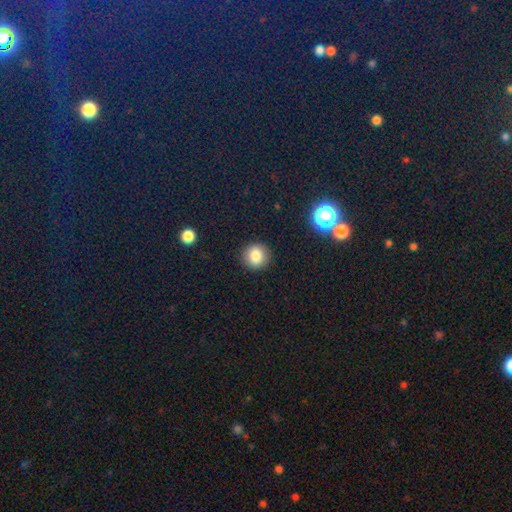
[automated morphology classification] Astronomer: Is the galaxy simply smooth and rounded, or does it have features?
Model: smooth — 82%.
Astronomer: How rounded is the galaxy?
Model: round — 89%.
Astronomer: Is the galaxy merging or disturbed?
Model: none — 90%.